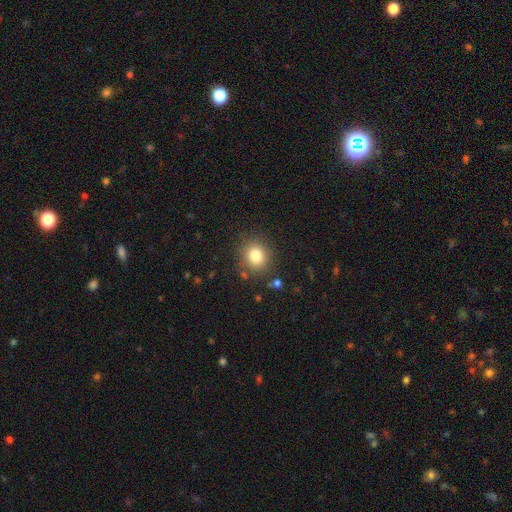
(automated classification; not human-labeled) smooth 81%, star or artifact 12%, featured or disk 7%. Down the decision tree: how rounded — round (80%); merging — none (84%).